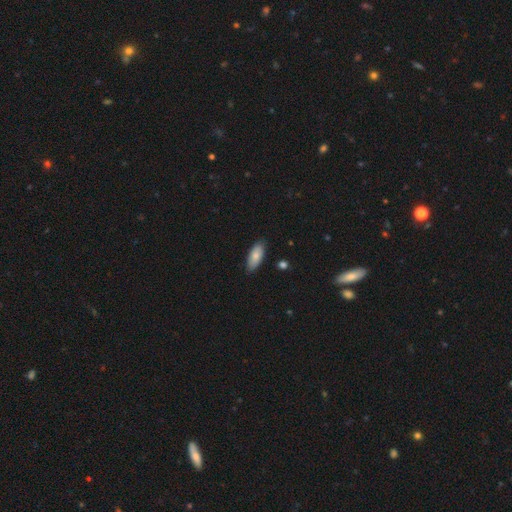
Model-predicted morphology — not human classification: Smooth or featured?
  - smooth: 82% *
  - featured or disk: 12%
  - star or artifact: 6%
How rounded?
  - in between: 84% *
  - cigar-shaped: 14%
  - round: 2%
Merging?
  - none: 86% *
  - minor disturbance: 11%
  - major disturbance: 2%
  - merger: 1%